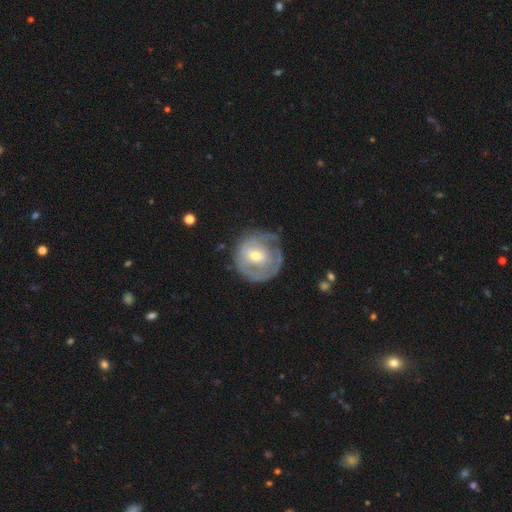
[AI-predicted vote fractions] A featured or disk galaxy (68%) with no bar (62%), spiral arms (64%) and a moderate central bulge (52%).

Vote fractions:
- Smooth or featured? featured or disk: 68% / smooth: 26% / star or artifact: 6%
- Edge-on disk? no: 97% / yes: 3%
- Bar? no: 62% / weak: 30% / strong: 9%
- Spiral arms? yes: 64% / no: 36%
- Bulge size? moderate: 52% / small: 44% / large: 3% / none: 1% / dominant: 1%
- Merging? none: 61% / minor disturbance: 23% / major disturbance: 14% / merger: 2%